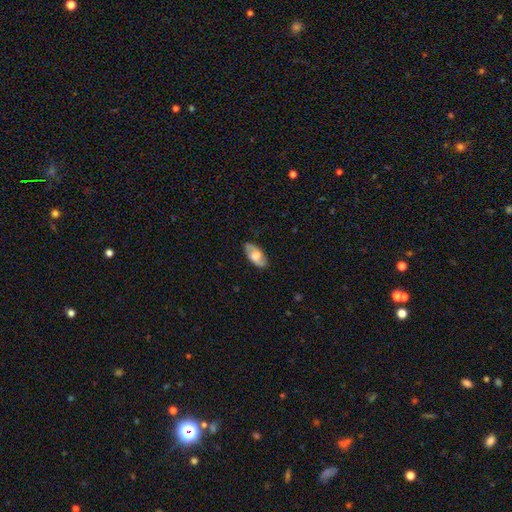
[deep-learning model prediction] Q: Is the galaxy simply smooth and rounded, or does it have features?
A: smooth — 52%.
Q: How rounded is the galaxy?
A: in between — 90%.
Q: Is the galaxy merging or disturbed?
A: none — 84%.